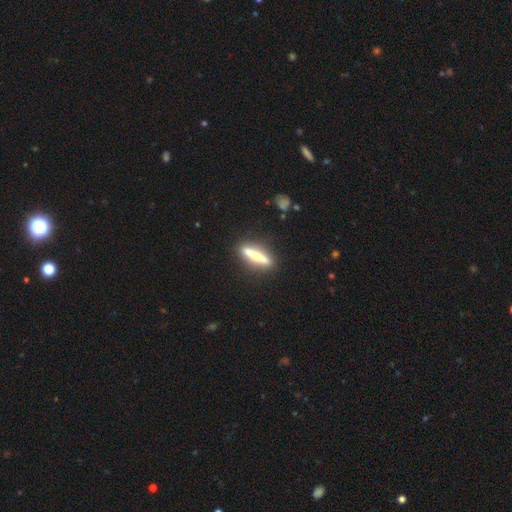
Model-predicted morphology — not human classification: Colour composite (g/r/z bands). It shows a featured or disk galaxy (50%) viewed edge-on (90%). Merging: none (87%).